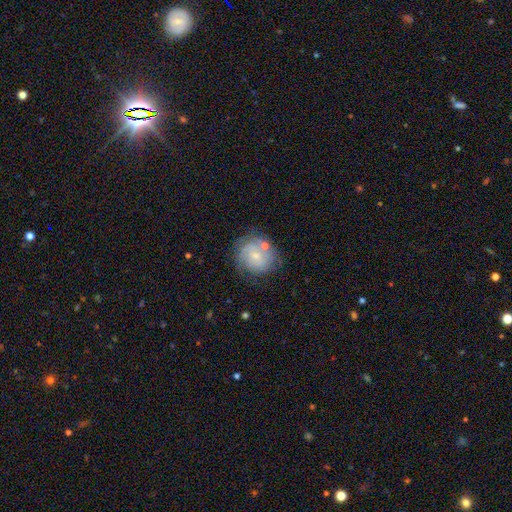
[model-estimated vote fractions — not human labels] A smooth galaxy with no disk features (47%). Merging: none (64%).